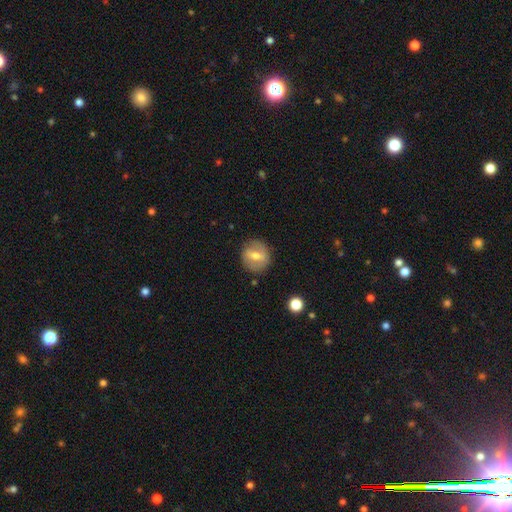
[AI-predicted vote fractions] smooth 49%, featured or disk 43%, star or artifact 8%. Down the decision tree: merging — none (83%).